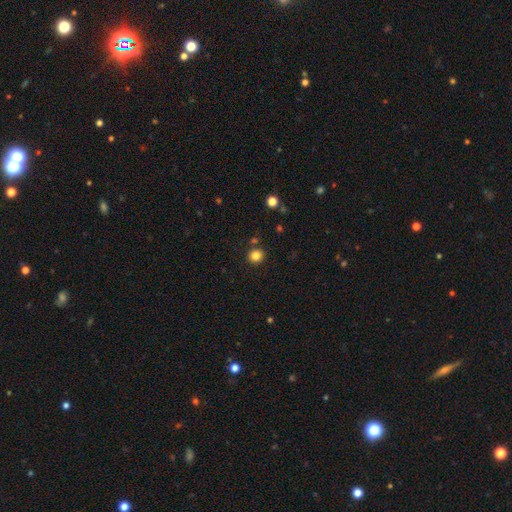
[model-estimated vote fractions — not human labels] Smooth or featured: smooth — 83% (star or artifact — 12%)
How rounded: round — 88% (in between — 11%)
Merging: none — 87% (minor disturbance — 7%)